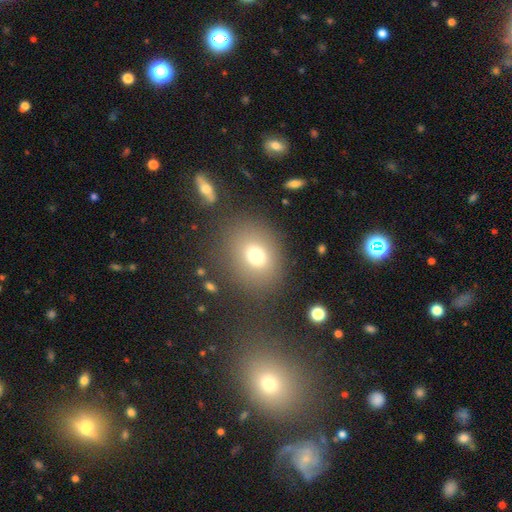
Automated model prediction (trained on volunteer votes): The model was most divided on "how rounded": round: 57%, in between: 42%, cigar-shaped: 1%. More confident: merging — none (76%); smooth or featured — smooth (72%).